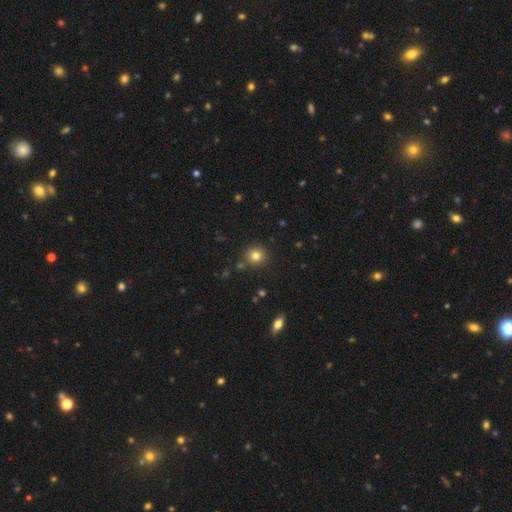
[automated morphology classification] Smooth or featured? Predicted: smooth (p=0.81). How rounded? Predicted: round (p=0.92). Merging? Predicted: none (p=0.83).